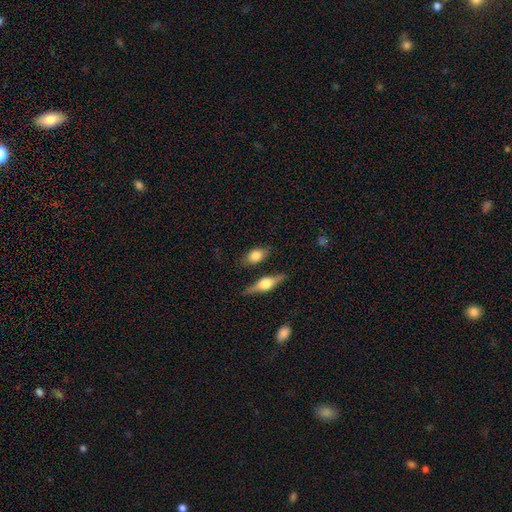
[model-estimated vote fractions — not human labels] A smooth galaxy with no disk features (73%) that is in between round and cigar-shaped (77%). Merging: none (75%).